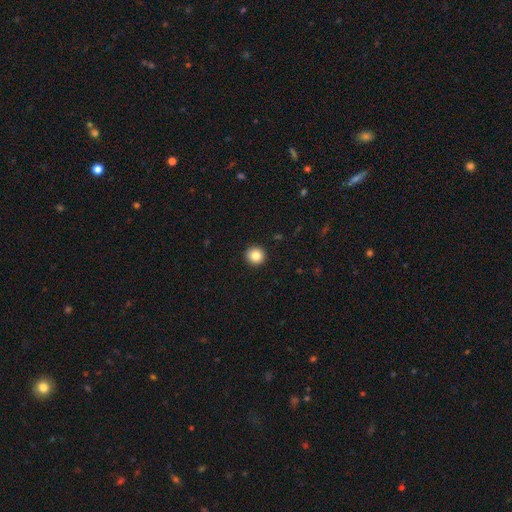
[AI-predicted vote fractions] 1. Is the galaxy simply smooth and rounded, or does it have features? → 84% smooth, 10% star or artifact, 6% featured or disk.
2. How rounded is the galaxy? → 94% round, 5% in between, 1% cigar-shaped.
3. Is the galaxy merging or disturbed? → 93% none, 4% minor disturbance, 1% major disturbance, 1% merger.